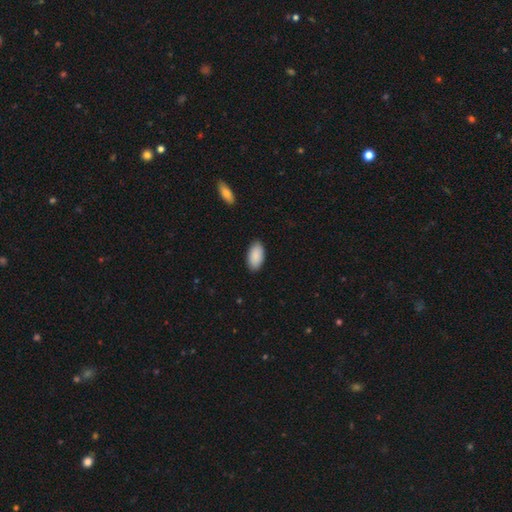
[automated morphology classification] Overall: smooth (91%). How rounded: in between (95%). Merging: none (88%).